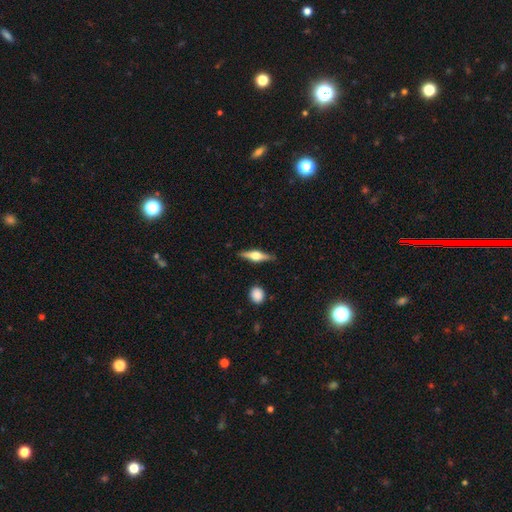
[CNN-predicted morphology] The model was most divided on "smooth or featured": featured or disk: 69%, smooth: 25%, star or artifact: 6%. More confident: edge-on disk — yes (97%); edge-on bulge — rounded (93%); merging — none (87%).